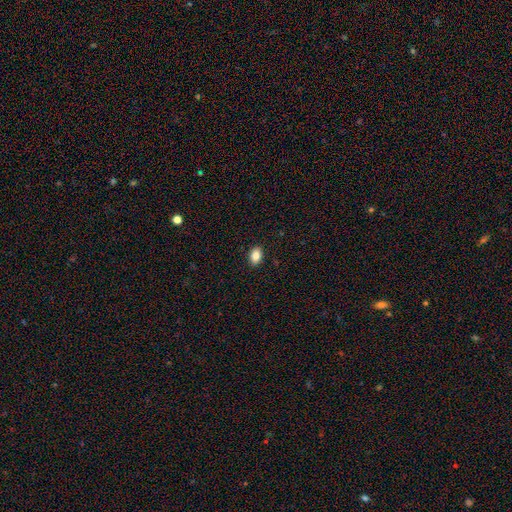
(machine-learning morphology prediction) Smooth or featured? Predicted: smooth (p=0.84). How rounded? Predicted: in between (p=0.84). Merging? Predicted: none (p=0.90).